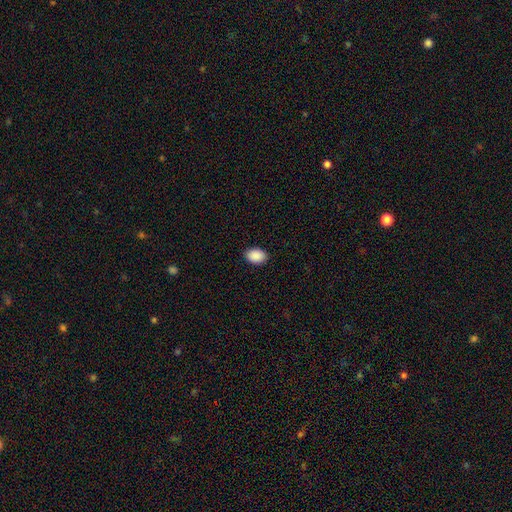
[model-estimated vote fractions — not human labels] Smooth or featured: smooth — 91% (star or artifact — 7%)
How rounded: in between — 81% (round — 18%)
Merging: none — 90% (minor disturbance — 7%)